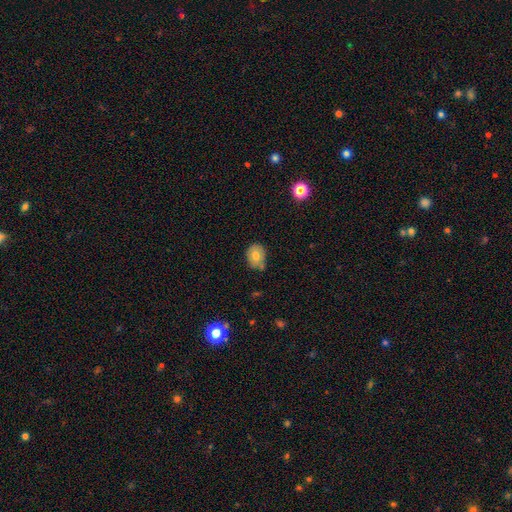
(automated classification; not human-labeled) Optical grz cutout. It shows a smooth galaxy with no disk features (72%) that is round (51%). Merging: none (64%).